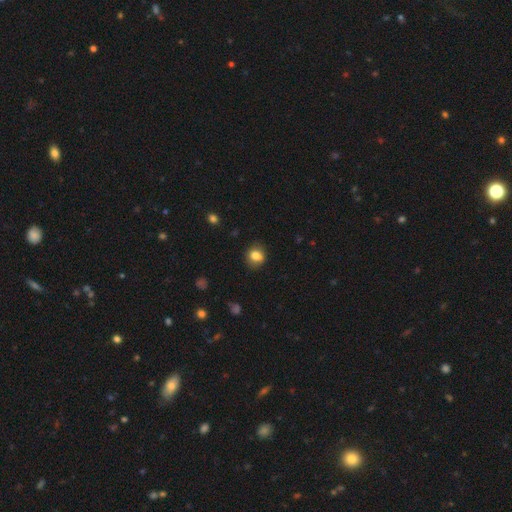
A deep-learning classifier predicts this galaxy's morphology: type=smooth (81%); roundness=round (65%); merging=none (81%).